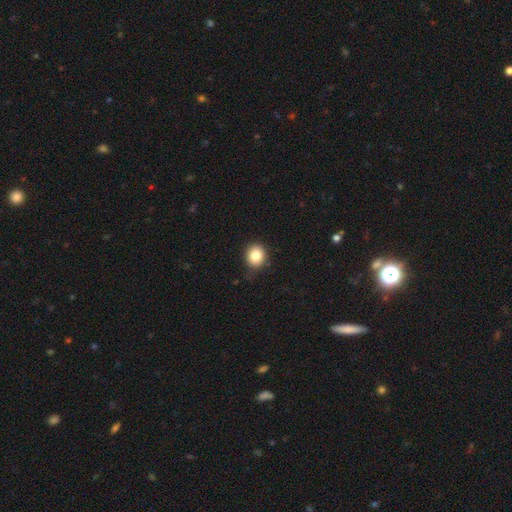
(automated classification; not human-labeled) Smooth or featured: smooth — 83% (star or artifact — 10%)
How rounded: round — 82% (in between — 18%)
Merging: none — 82% (minor disturbance — 14%)